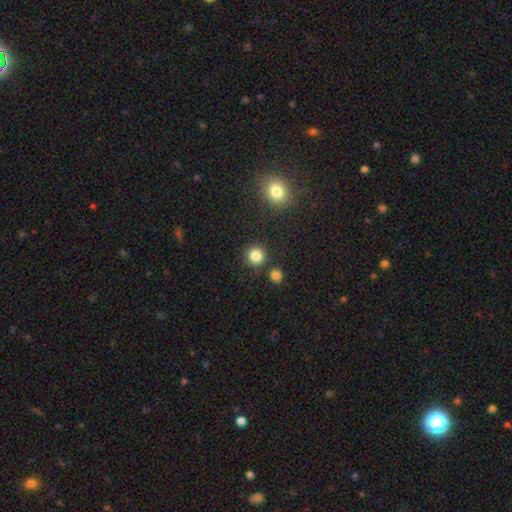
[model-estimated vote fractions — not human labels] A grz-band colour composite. It shows a smooth galaxy with no disk features (84%) that is round (92%). Merging: none (85%).